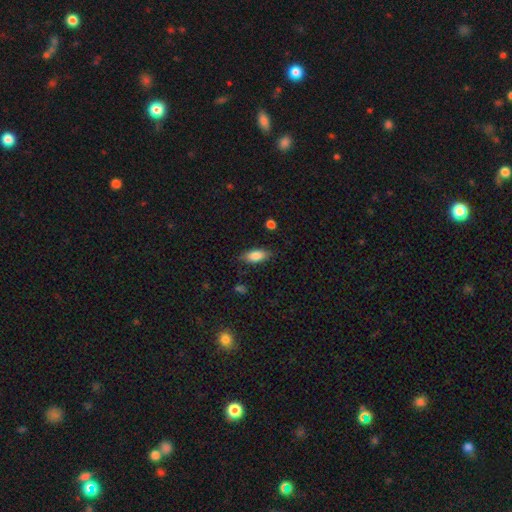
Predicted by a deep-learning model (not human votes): Morphology: type=smooth (84%); roundness=in between (83%); merging=none (82%).